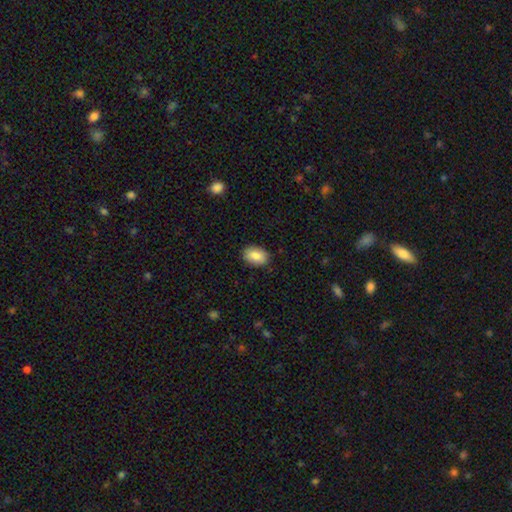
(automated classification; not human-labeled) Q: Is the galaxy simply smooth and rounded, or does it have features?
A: smooth — 85%.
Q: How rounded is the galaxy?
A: in between — 86%.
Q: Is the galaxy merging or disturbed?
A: none — 88%.